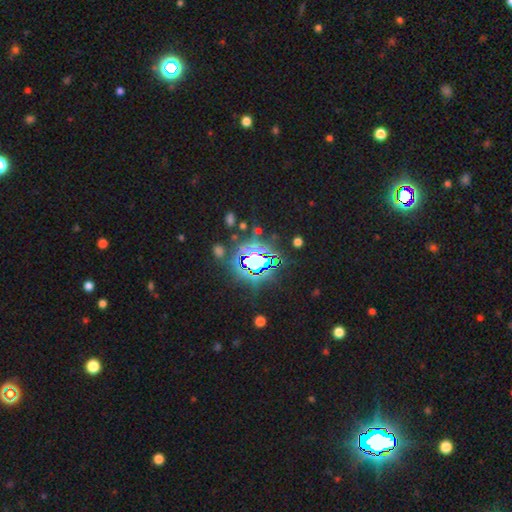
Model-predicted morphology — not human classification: smooth_or_featured: star or artifact (p=0.75) [alt: smooth p=0.15]